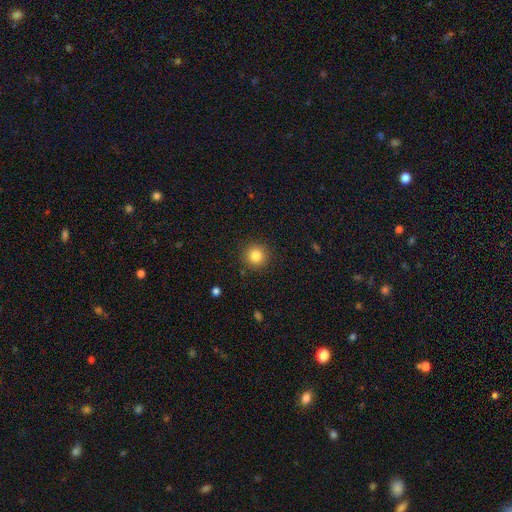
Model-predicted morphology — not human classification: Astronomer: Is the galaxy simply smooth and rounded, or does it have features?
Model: smooth — 84%.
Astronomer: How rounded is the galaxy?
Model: round — 94%.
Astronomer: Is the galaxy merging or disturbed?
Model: none — 90%.